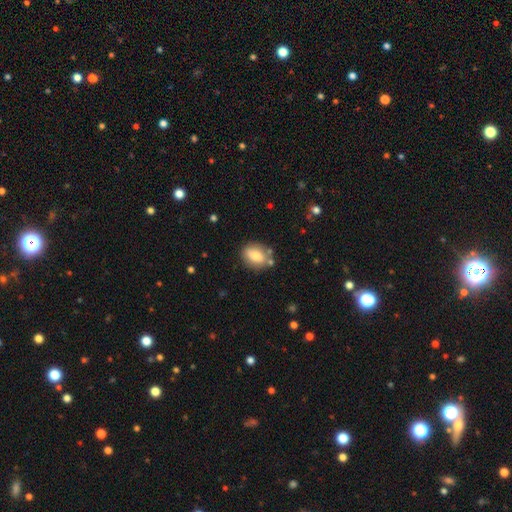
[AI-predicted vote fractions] smooth-or-featured: smooth: 79% | featured or disk: 14% | star or artifact: 8%
  how-rounded: in between: 74% | round: 24% | cigar-shaped: 2%
  merging: none: 74% | minor disturbance: 15% | merger: 7% | major disturbance: 4%